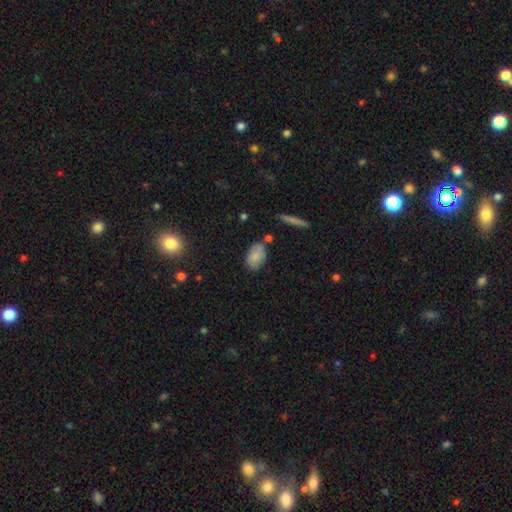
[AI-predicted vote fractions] Overall: smooth (76%). How rounded: in between (89%). Merging: none (73%).